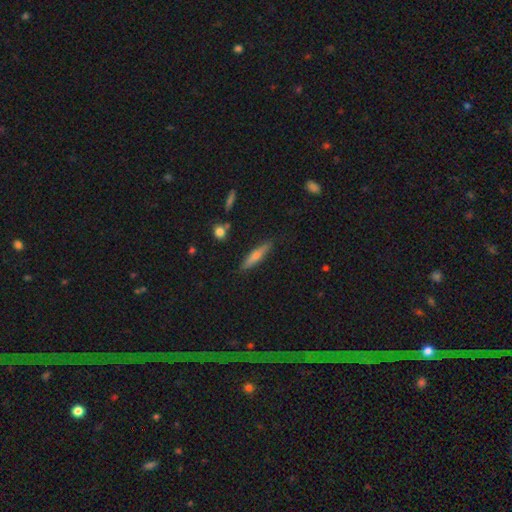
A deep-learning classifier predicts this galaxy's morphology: This is possibly a smooth galaxy (49%). Merging: clearly none (87%).